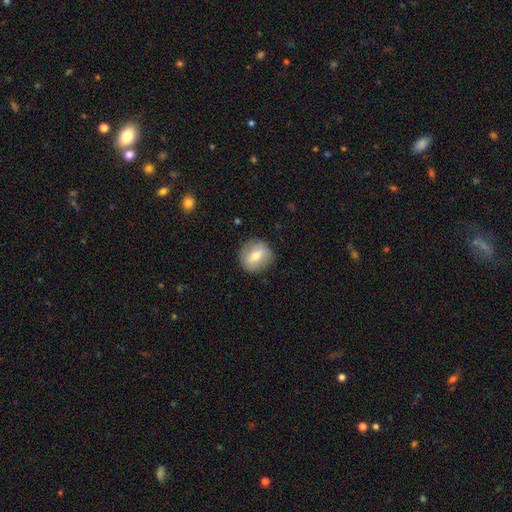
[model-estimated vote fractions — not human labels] The model was most divided on "smooth or featured": smooth: 57%, featured or disk: 35%, star or artifact: 8%. More confident: merging — none (85%); how rounded — round (82%).